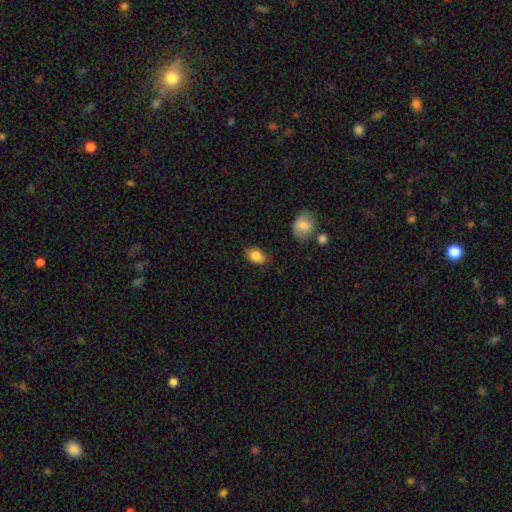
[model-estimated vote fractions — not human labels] Overall: smooth (85%). How rounded: in between (85%). Merging: none (77%).